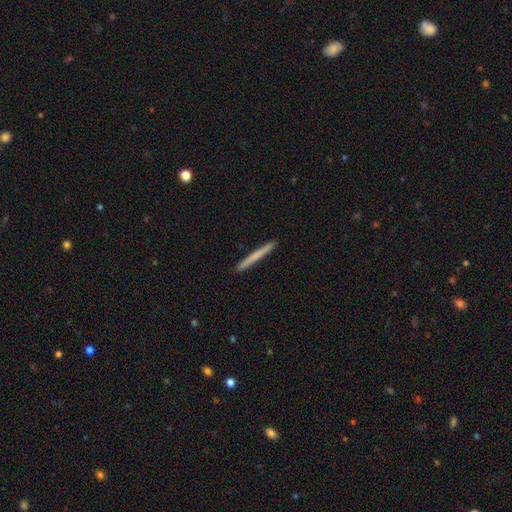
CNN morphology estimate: Smooth or featured: smooth — 65% (featured or disk — 29%)
How rounded: cigar-shaped — 97% (in between — 2%)
Merging: none — 93% (minor disturbance — 5%)